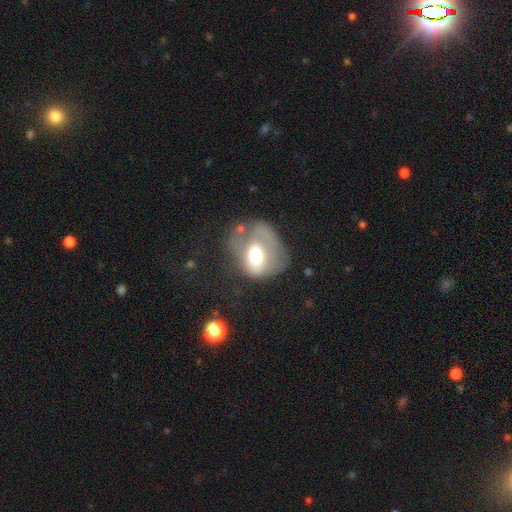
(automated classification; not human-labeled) This is possibly a smooth galaxy (52%). How rounded: possibly in between (55%). Merging: possibly major disturbance (46%).